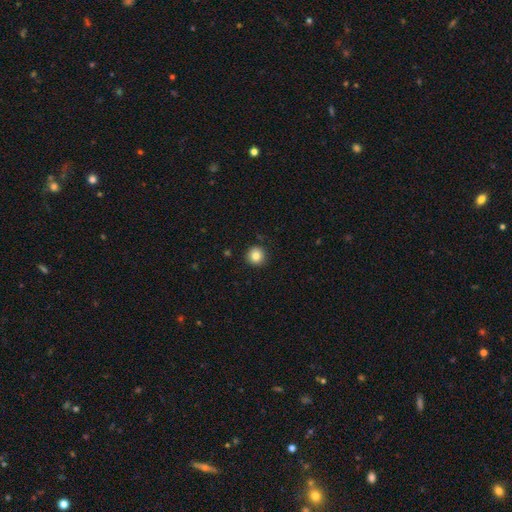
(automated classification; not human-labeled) Morphology: type=smooth (85%); roundness=round (94%); merging=none (91%).